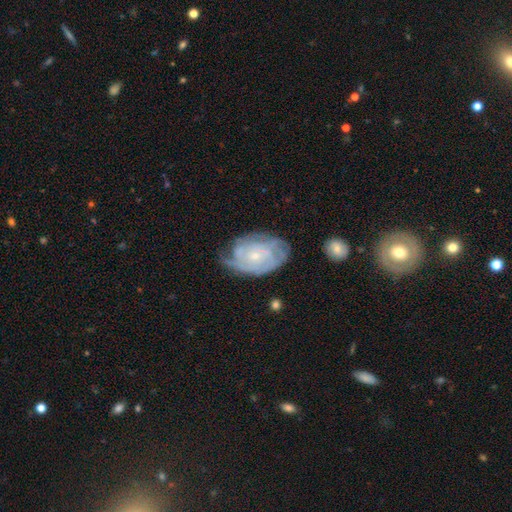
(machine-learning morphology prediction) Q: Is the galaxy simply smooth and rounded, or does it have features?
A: featured or disk — 80%.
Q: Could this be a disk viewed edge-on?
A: no — 96%.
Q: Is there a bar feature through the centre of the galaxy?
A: no — 76%.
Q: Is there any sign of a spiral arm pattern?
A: yes — 92%.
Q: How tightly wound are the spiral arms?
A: tight — 68%.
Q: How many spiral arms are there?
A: can't tell — 46%.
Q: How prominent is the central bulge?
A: small — 74%.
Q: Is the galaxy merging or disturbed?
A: none — 61%.